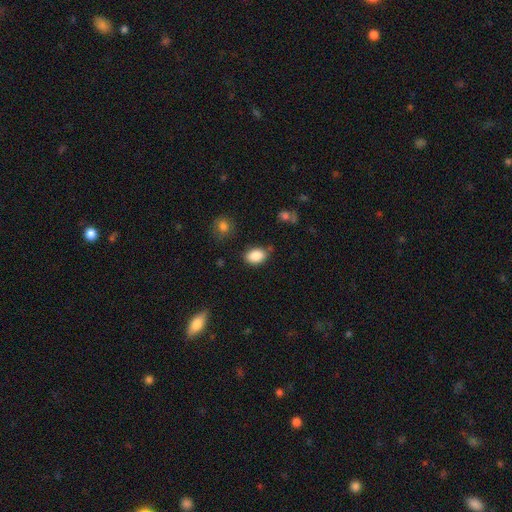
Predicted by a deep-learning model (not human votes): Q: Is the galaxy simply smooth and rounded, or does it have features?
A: smooth — 87%.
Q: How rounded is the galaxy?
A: in between — 85%.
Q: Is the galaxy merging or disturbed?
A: none — 79%.